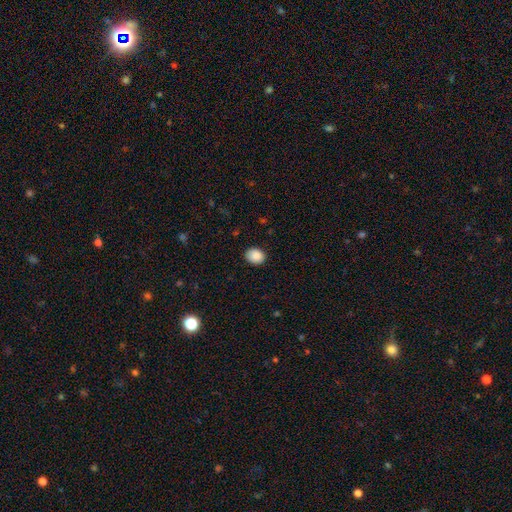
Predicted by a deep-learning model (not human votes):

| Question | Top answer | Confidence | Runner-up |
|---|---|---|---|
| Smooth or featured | smooth | 88% | star or artifact (8%) |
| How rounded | round | 53% | in between (46%) |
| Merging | none | 87% | minor disturbance (10%) |